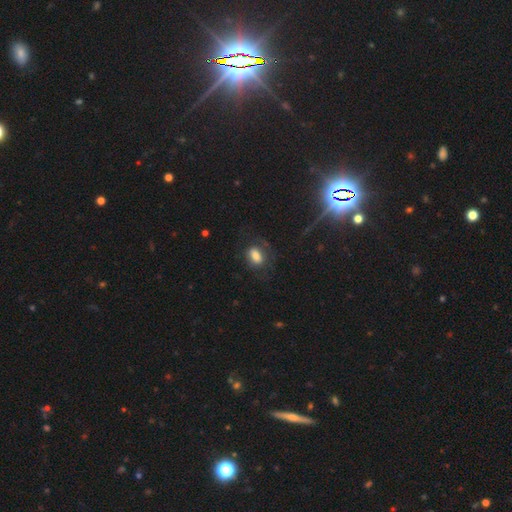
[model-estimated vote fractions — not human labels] Smooth or featured? Predicted: smooth (p=0.70). How rounded? Predicted: in between (p=0.84). Merging? Predicted: none (p=0.60).